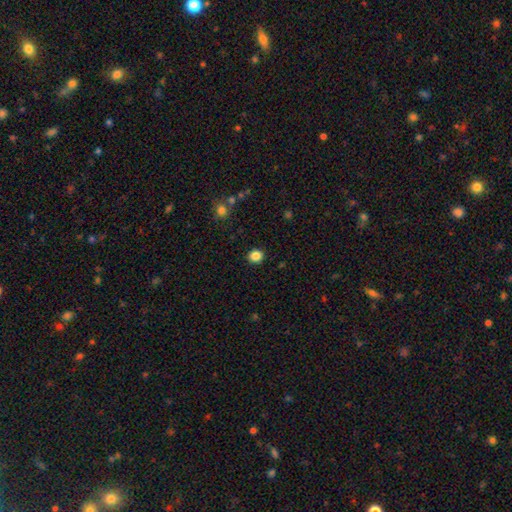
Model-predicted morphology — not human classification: Smooth or featured? Predicted: smooth (p=0.85). How rounded? Predicted: round (p=0.85). Merging? Predicted: none (p=0.91).